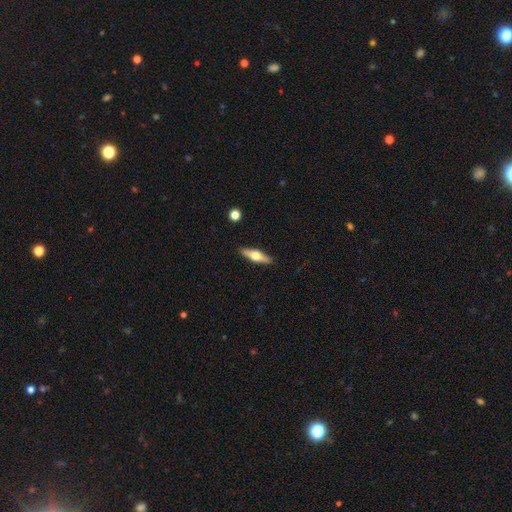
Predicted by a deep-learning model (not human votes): Smooth or featured? Predicted: featured or disk (p=0.52). Edge-on disk? Predicted: yes (p=0.92). Merging? Predicted: none (p=0.90).